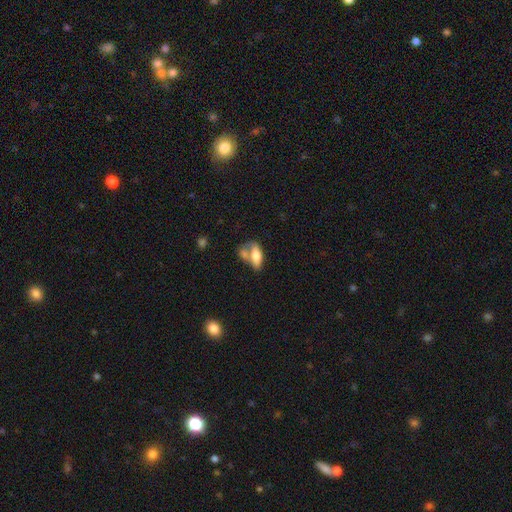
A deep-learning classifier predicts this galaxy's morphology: smooth 71%, featured or disk 21%, star or artifact 8%. Down the decision tree: how rounded — in between (82%); merging — merger (47%).